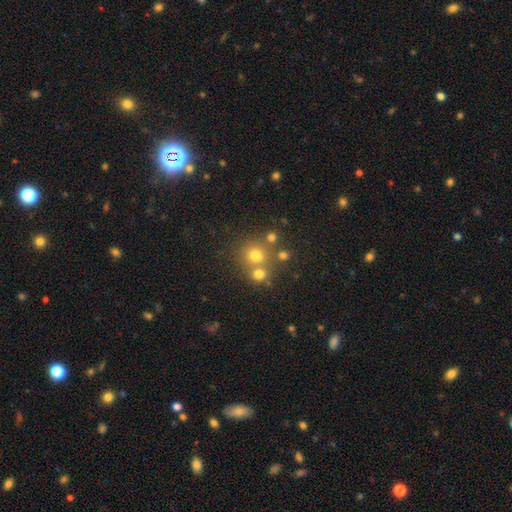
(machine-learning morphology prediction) Smooth or featured: smooth — 65% (star or artifact — 22%)
How rounded: round — 83% (in between — 16%)
Merging: none — 55% (merger — 34%)